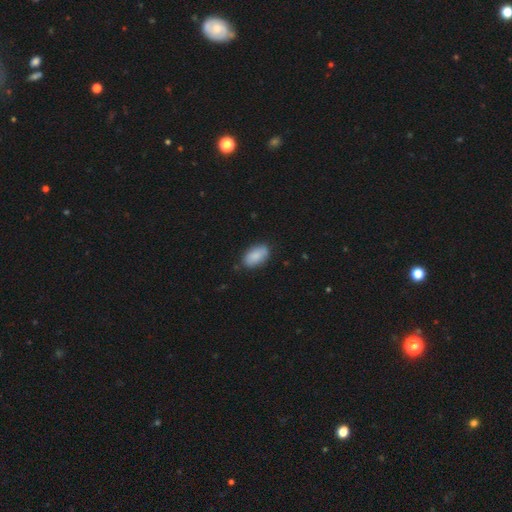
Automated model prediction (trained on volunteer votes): smooth-or-featured: smooth: 86% | featured or disk: 8% | star or artifact: 6%
  how-rounded: in between: 93% | round: 5% | cigar-shaped: 3%
  merging: none: 81% | minor disturbance: 15% | major disturbance: 3% | merger: 1%